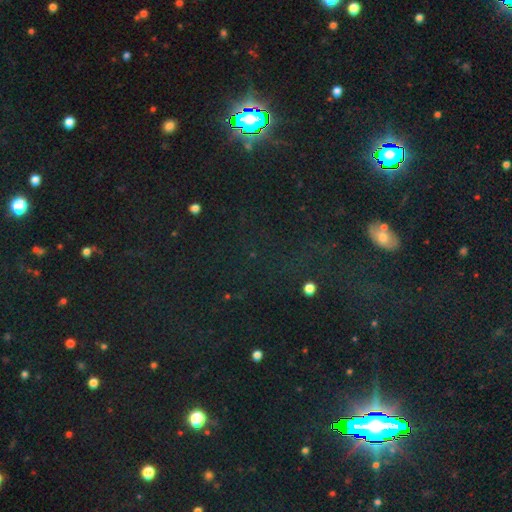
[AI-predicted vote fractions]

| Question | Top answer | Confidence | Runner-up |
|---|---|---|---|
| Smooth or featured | star or artifact | 78% | smooth (15%) |